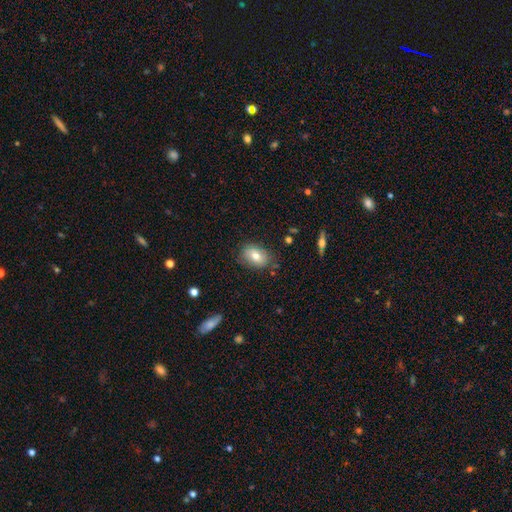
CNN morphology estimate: Q: Smooth or featured?
A: smooth (70%); runner-up: featured or disk (21%)
Q: How rounded?
A: in between (80%); runner-up: round (19%)
Q: Merging?
A: none (78%); runner-up: minor disturbance (17%)